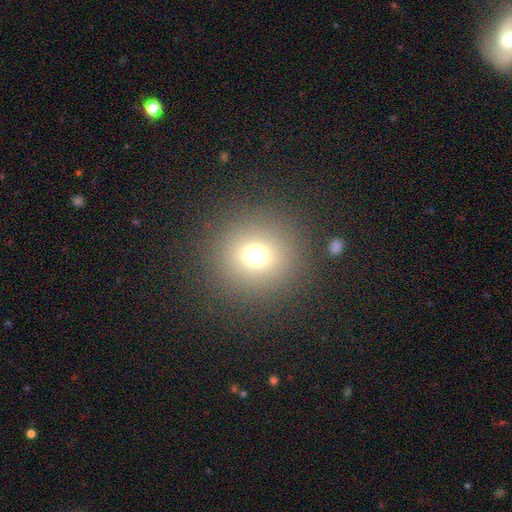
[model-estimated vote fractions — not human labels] smooth_or_featured: smooth (p=0.67) [alt: star or artifact p=0.24]
how_rounded: round (p=0.91) [alt: in between p=0.08]
merging: none (p=0.87) [alt: minor disturbance p=0.06]